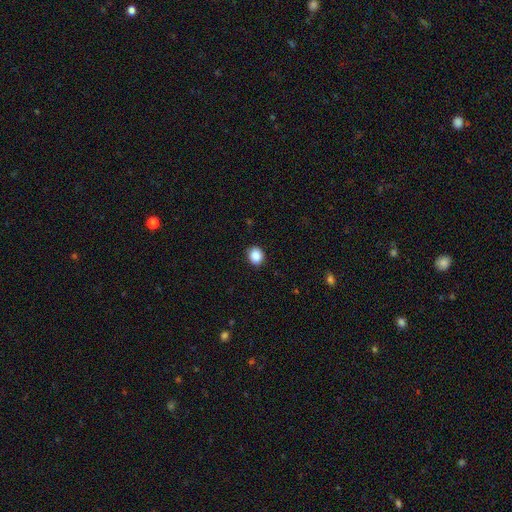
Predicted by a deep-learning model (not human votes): This is clearly a smooth galaxy (89%). How rounded: likely round (69%). Merging: clearly none (90%).